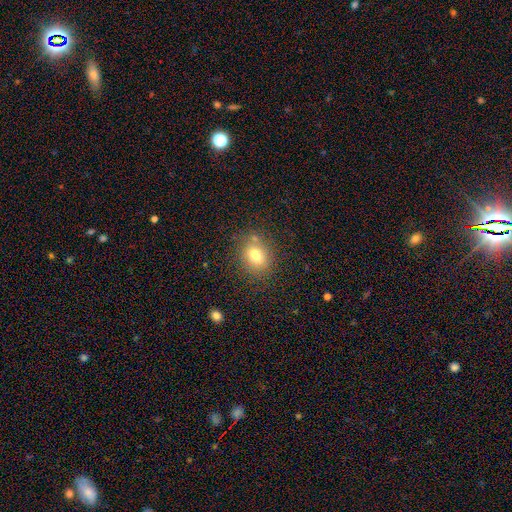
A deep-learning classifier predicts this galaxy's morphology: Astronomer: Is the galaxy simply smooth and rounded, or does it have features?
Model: smooth — 76%.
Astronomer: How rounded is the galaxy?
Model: round — 58% (runner-up: in between, 41%).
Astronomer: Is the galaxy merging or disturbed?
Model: none — 77%.